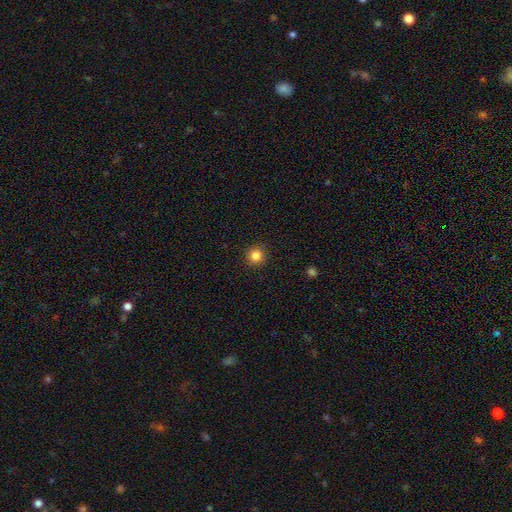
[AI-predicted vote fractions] Morphology: type=smooth (84%); roundness=round (94%); merging=none (92%).